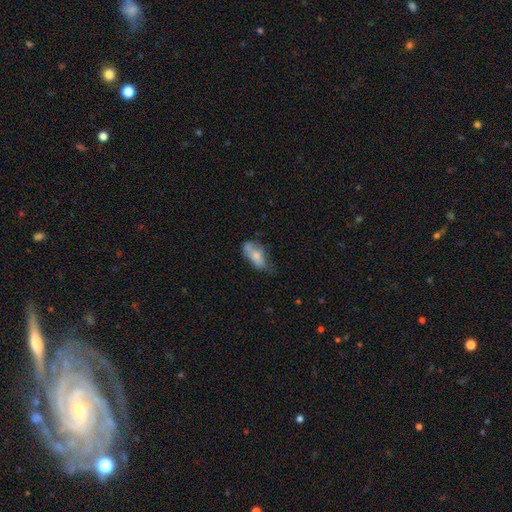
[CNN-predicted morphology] A smooth galaxy with no disk features (67%) that is in between round and cigar-shaped (86%). Merging: none (33%, tied with minor disturbance).